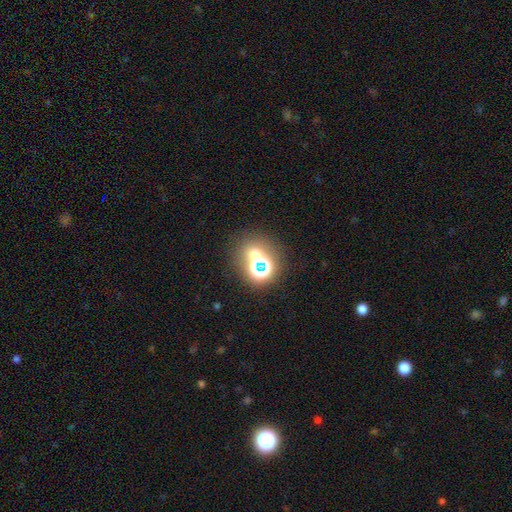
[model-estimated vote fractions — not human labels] This appears to be a star or artifact, not a galaxy (46%).